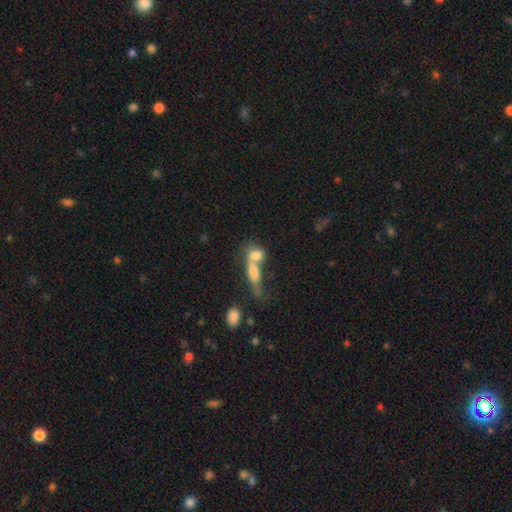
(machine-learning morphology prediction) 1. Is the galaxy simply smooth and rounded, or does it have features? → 73% smooth, 18% featured or disk, 9% star or artifact.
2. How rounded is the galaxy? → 50% in between, 36% round, 15% cigar-shaped.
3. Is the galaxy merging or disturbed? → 63% merger, 23% none, 7% minor disturbance, 6% major disturbance.